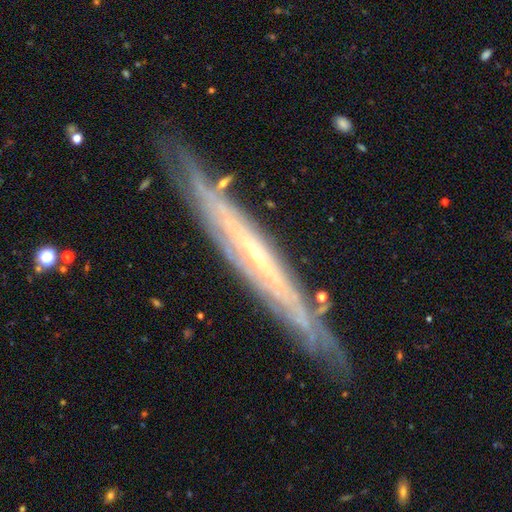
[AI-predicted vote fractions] smooth_or_featured: featured or disk (p=0.82) [alt: smooth p=0.11]
disk_edge_on: yes (p=0.74) [alt: no p=0.26]
edge_on_bulge: none (p=0.55) [alt: rounded p=0.42]
merging: none (p=0.81) [alt: minor disturbance p=0.14]